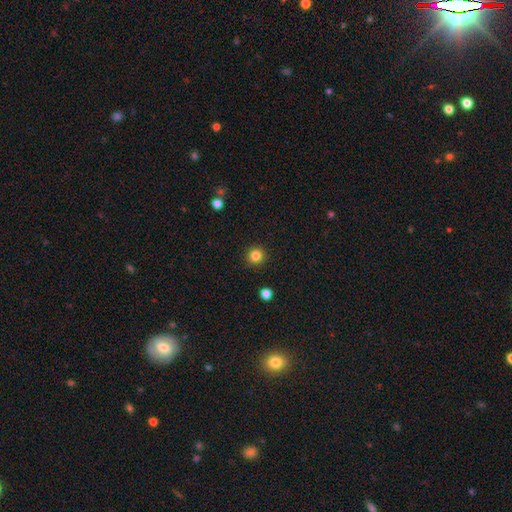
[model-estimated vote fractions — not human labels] This appears to be a smooth galaxy with no disk features (84%) that is round (94%). Merging: none (92%).